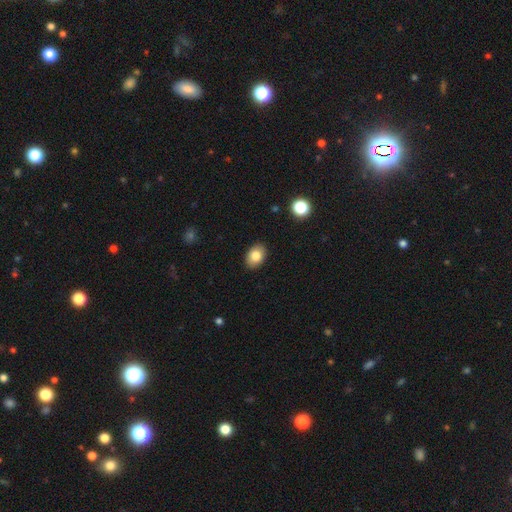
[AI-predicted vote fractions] The model was most divided on "how rounded": in between: 80%, round: 19%, cigar-shaped: 1%. More confident: merging — none (89%); smooth or featured — smooth (82%).